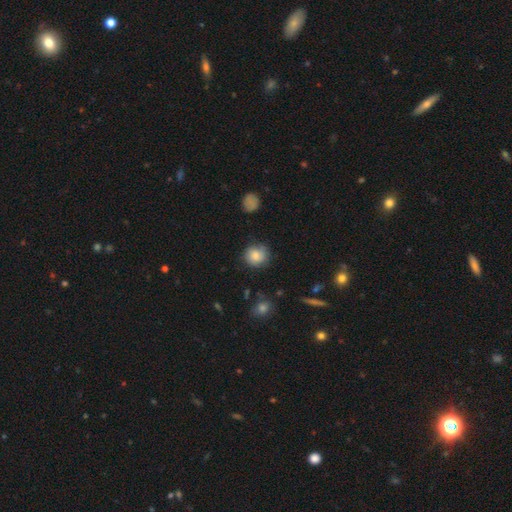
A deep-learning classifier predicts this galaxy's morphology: smooth_or_featured: smooth (p=0.82) [alt: featured or disk p=0.09]
how_rounded: round (p=0.87) [alt: in between p=0.12]
merging: none (p=0.76) [alt: minor disturbance p=0.18]